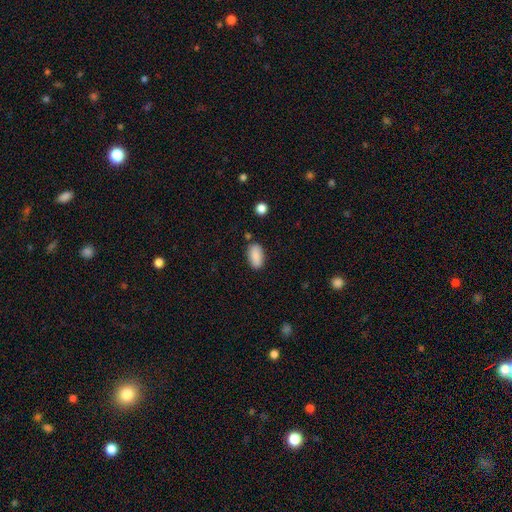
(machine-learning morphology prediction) This appears to be a smooth galaxy with no disk features (88%) that is in between round and cigar-shaped (92%). Merging: none (82%).